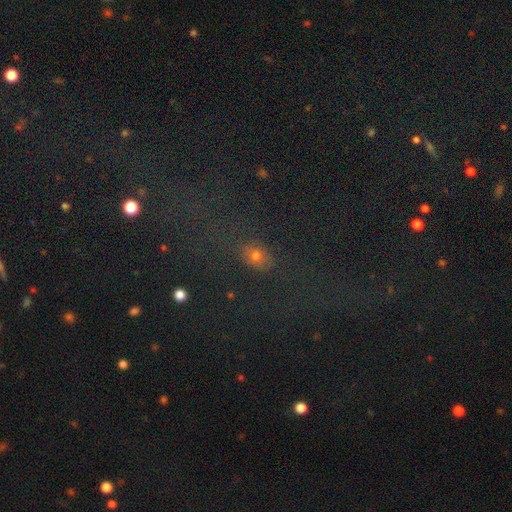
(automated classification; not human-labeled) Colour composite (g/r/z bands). It shows a smooth galaxy with no disk features (60%) that is in between round and cigar-shaped (60%). Merging: none (73%).